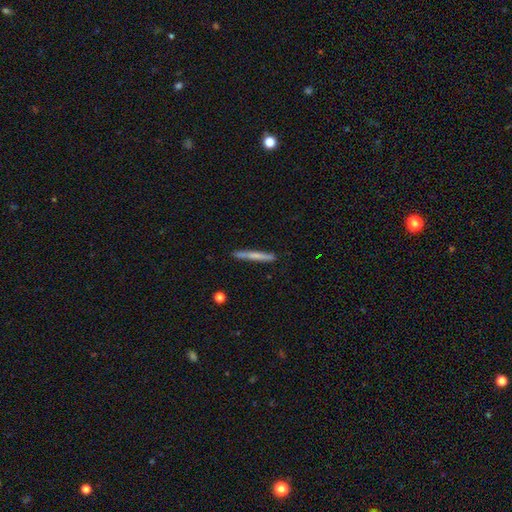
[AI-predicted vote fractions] The model was most divided on "smooth or featured": smooth: 62%, featured or disk: 32%, star or artifact: 6%. More confident: how rounded — cigar-shaped (96%); merging — none (86%).